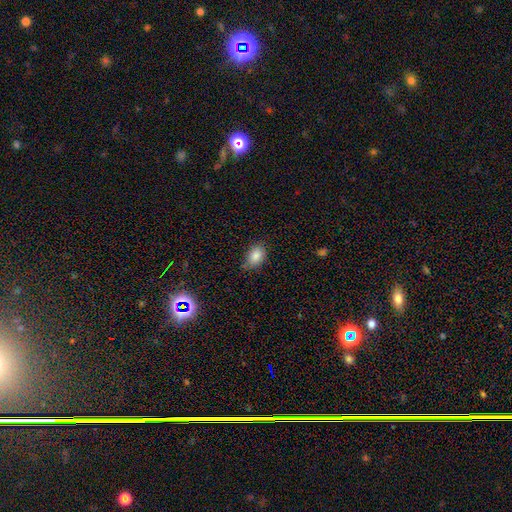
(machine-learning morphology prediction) smooth-or-featured: smooth: 82% | star or artifact: 11% | featured or disk: 6%
  how-rounded: in between: 75% | round: 24% | cigar-shaped: 1%
  merging: none: 73% | minor disturbance: 21% | major disturbance: 4% | merger: 2%